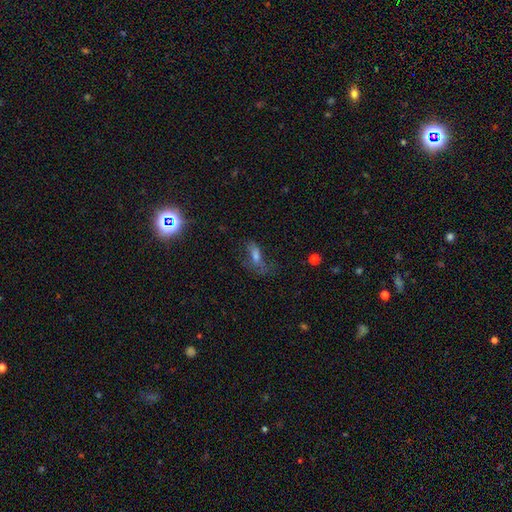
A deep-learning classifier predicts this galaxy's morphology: This is marginally a smooth galaxy (42%). Merging: marginally none (45%).